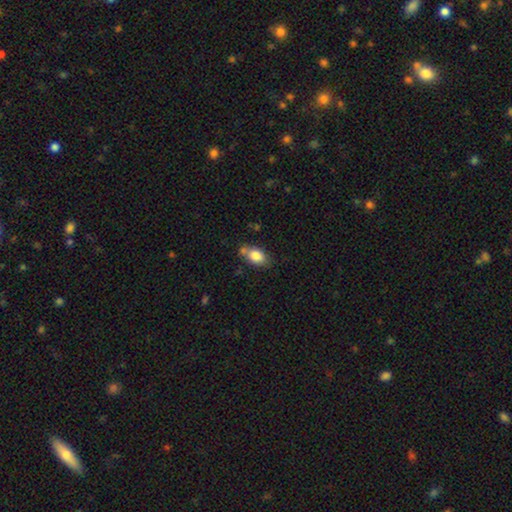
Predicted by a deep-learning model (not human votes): This is clearly a smooth galaxy (83%). How rounded: clearly in between (86%). Merging: likely none (62%).